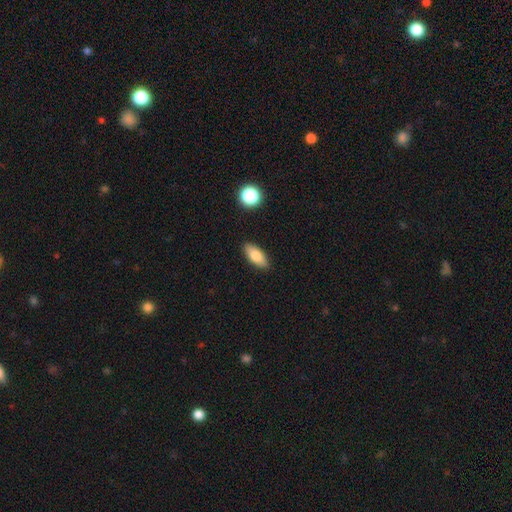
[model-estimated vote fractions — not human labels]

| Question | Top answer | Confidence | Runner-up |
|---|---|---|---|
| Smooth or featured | smooth | 80% | featured or disk (13%) |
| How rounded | in between | 81% | cigar-shaped (16%) |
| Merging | none | 88% | minor disturbance (8%) |